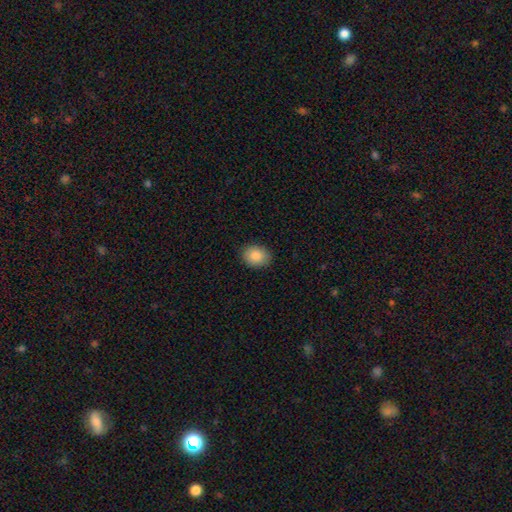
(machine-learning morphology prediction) This is clearly a smooth galaxy (87%). How rounded: possibly in between (50%). Merging: clearly none (89%).